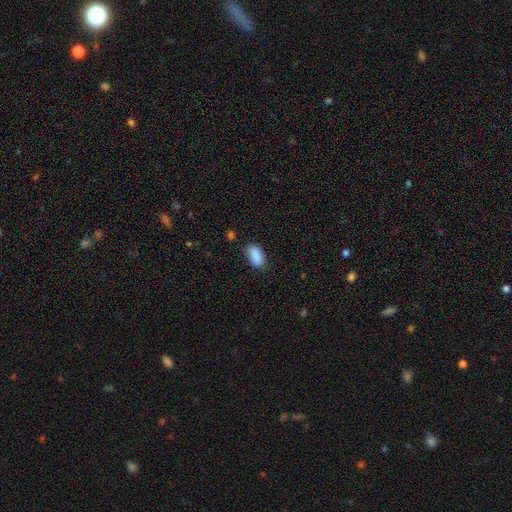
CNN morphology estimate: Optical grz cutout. It shows a smooth galaxy with no disk features (89%) that is in between round and cigar-shaped (92%). Merging: none (79%).